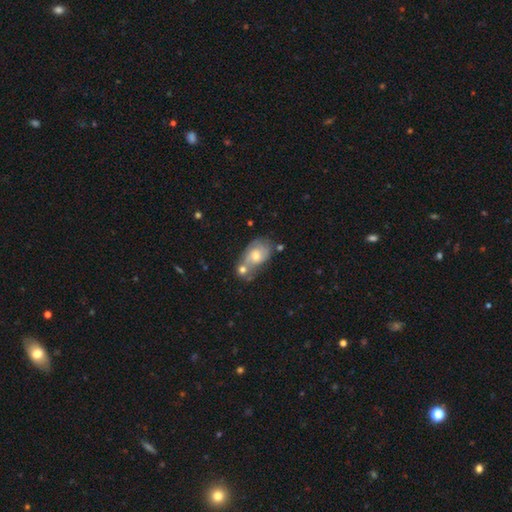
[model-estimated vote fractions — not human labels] The model was most divided on "smooth or featured": smooth: 47%, featured or disk: 44%, star or artifact: 8%. Remaining: merging — merger (46%).